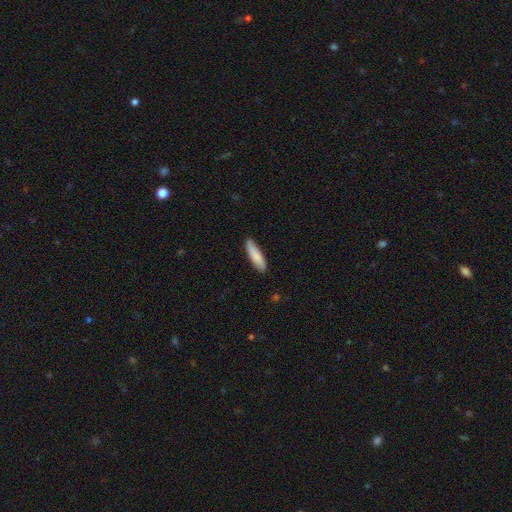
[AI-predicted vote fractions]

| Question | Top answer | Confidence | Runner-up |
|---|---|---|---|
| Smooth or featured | smooth | 83% | featured or disk (12%) |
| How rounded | cigar-shaped | 69% | in between (29%) |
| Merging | none | 84% | minor disturbance (13%) |